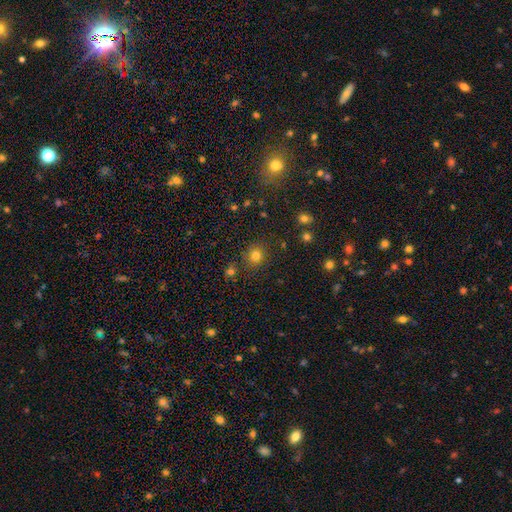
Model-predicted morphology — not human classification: smooth-or-featured: smooth: 79% | star or artifact: 15% | featured or disk: 6%
  how-rounded: round: 83% | in between: 16% | cigar-shaped: 1%
  merging: none: 83% | minor disturbance: 10% | merger: 4% | major disturbance: 3%